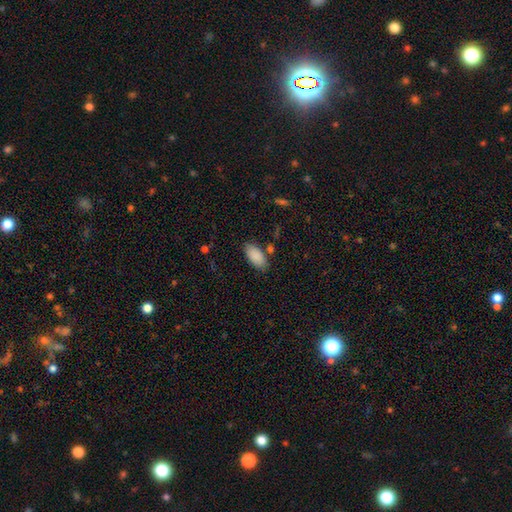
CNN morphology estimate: This is clearly a smooth galaxy (89%). How rounded: clearly in between (93%). Merging: likely none (80%).